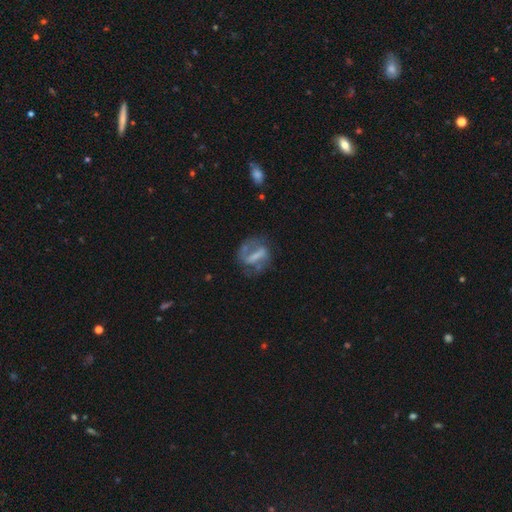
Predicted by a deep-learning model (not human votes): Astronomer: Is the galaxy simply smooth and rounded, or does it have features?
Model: featured or disk — 64%.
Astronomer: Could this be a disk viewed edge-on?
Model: no — 91%.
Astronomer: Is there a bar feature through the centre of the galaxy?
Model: strong — 65%.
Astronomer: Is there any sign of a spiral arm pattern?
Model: yes — 51% (runner-up: no, 49%).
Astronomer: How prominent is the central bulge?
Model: none — 48% (runner-up: small, 25%).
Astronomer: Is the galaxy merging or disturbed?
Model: none — 55%.